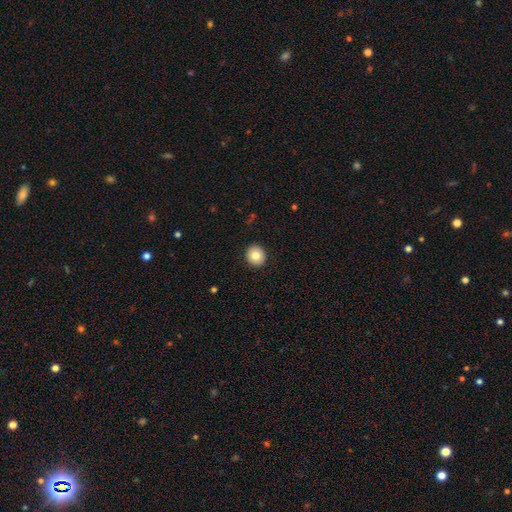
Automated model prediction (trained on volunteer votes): smooth-or-featured: smooth: 82% | featured or disk: 9% | star or artifact: 9%
  how-rounded: round: 91% | in between: 8% | cigar-shaped: 1%
  merging: none: 92% | minor disturbance: 5% | major disturbance: 2% | merger: 1%